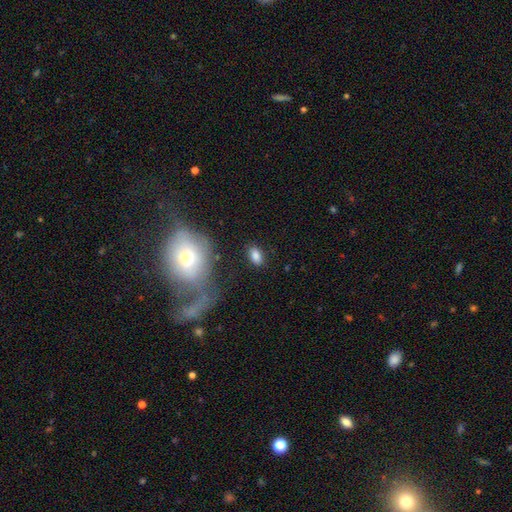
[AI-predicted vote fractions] Q: Smooth or featured?
A: smooth (84%); runner-up: star or artifact (9%)
Q: How rounded?
A: in between (89%); runner-up: round (8%)
Q: Merging?
A: none (80%); runner-up: minor disturbance (12%)